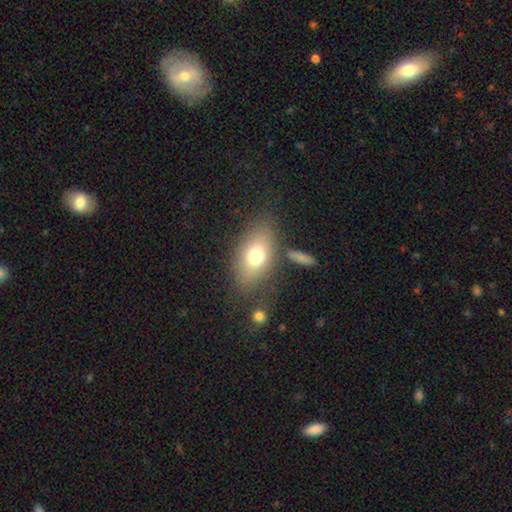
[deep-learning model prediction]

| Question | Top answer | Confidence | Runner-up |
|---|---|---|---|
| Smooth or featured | smooth | 72% | featured or disk (18%) |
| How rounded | in between | 84% | round (13%) |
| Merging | none | 75% | minor disturbance (13%) |